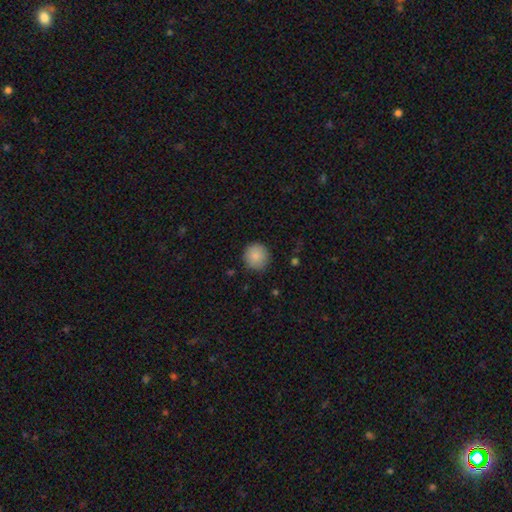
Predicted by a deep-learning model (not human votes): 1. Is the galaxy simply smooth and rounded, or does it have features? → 88% smooth, 7% star or artifact, 5% featured or disk.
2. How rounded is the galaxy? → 94% round, 5% in between, 1% cigar-shaped.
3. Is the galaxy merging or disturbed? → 88% none, 9% minor disturbance, 2% major disturbance, 1% merger.